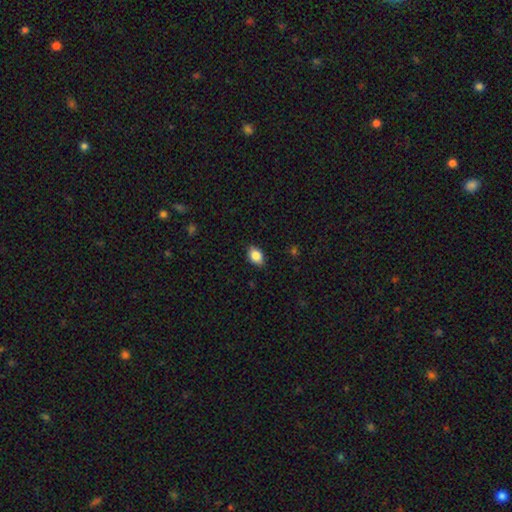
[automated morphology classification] smooth_or_featured: smooth (p=0.85) [alt: star or artifact p=0.08]
how_rounded: in between (p=0.80) [alt: round p=0.19]
merging: none (p=0.85) [alt: minor disturbance p=0.12]